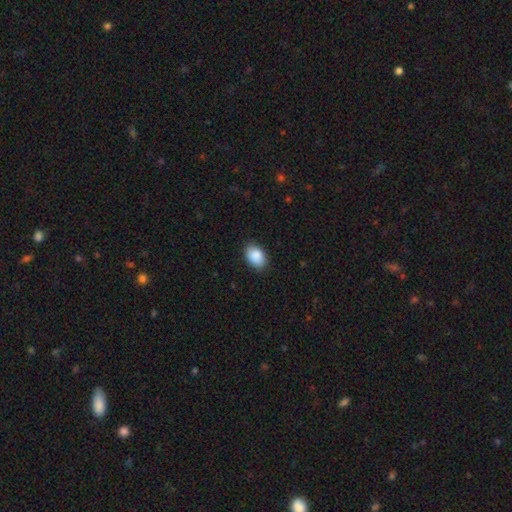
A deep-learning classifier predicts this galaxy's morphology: The model was most divided on "how rounded": in between: 85%, round: 13%, cigar-shaped: 1%. More confident: smooth or featured — smooth (90%); merging — none (86%).